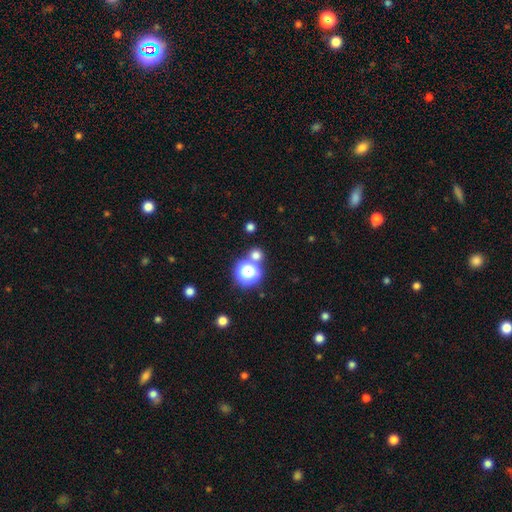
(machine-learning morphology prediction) Smooth or featured?
  - smooth: 67% *
  - star or artifact: 27%
  - featured or disk: 6%
How rounded?
  - round: 88% *
  - in between: 11%
  - cigar-shaped: 1%
Merging?
  - none: 73% *
  - merger: 17%
  - minor disturbance: 7%
  - major disturbance: 3%